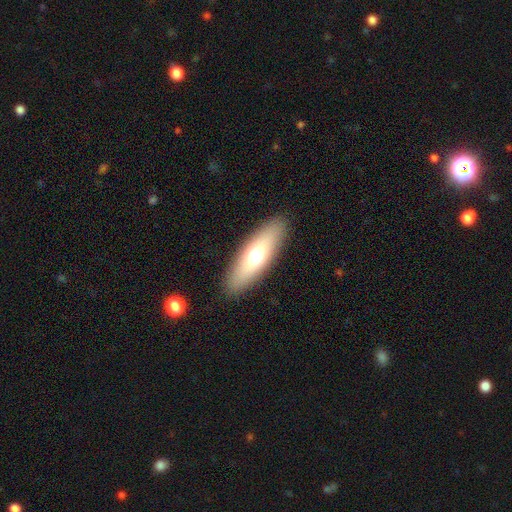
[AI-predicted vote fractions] smooth-or-featured: smooth: 64% | featured or disk: 29% | star or artifact: 7%
  how-rounded: in between: 52% | cigar-shaped: 46% | round: 2%
  merging: none: 89% | minor disturbance: 7% | major disturbance: 2% | merger: 1%